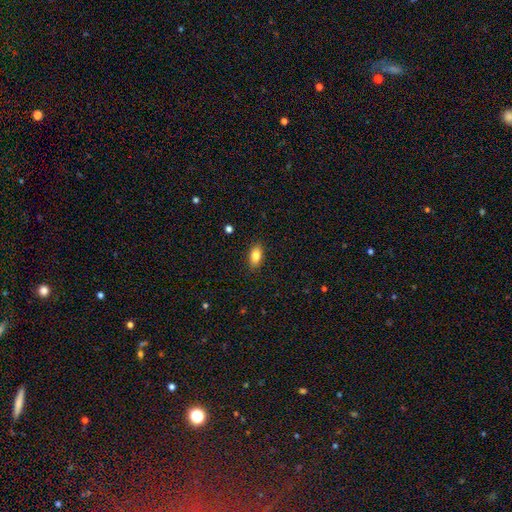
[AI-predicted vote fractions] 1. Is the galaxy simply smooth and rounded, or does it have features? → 83% smooth, 9% featured or disk, 8% star or artifact.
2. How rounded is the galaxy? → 89% in between, 5% round, 5% cigar-shaped.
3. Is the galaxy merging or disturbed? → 89% none, 8% minor disturbance, 2% major disturbance, 1% merger.